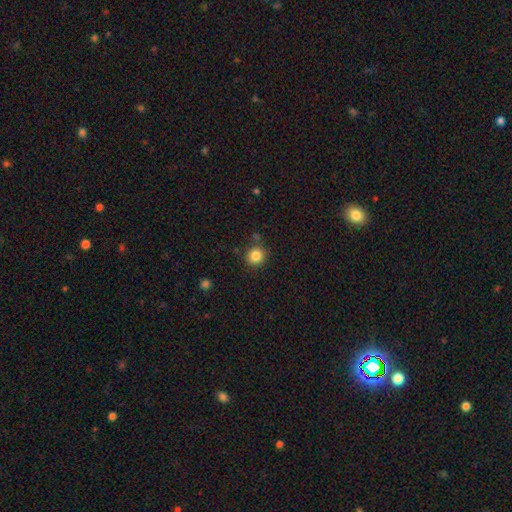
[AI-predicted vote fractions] Smooth or featured? smooth (84%)
How rounded? round (91%)
Merging? none (85%)